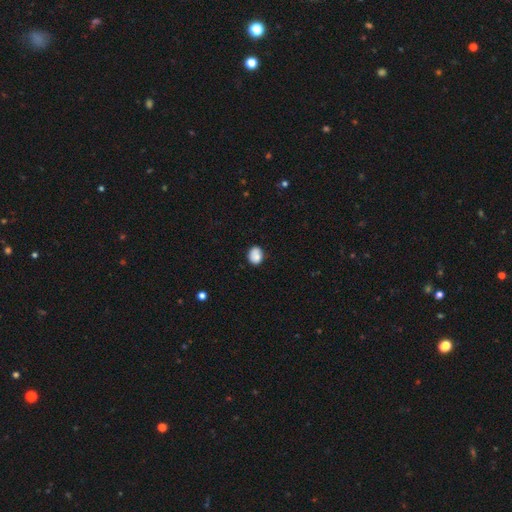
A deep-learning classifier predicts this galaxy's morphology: smooth_or_featured: smooth (p=0.82) [alt: featured or disk p=0.10]
how_rounded: in between (p=0.52) [alt: round p=0.47]
merging: none (p=0.67) [alt: minor disturbance p=0.22]